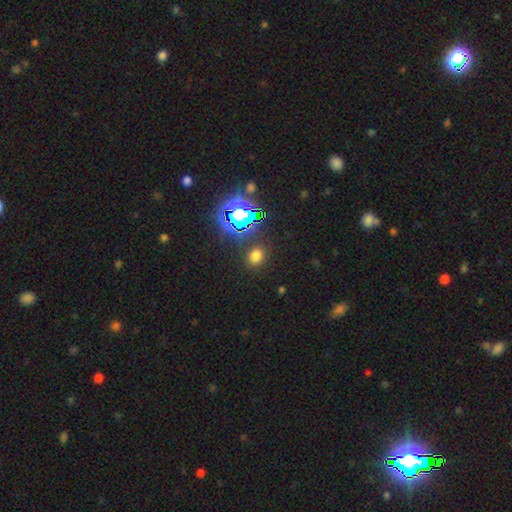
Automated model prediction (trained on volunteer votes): This appears to be a smooth galaxy with no disk features (64%) that is round (56%). Merging: none (87%).